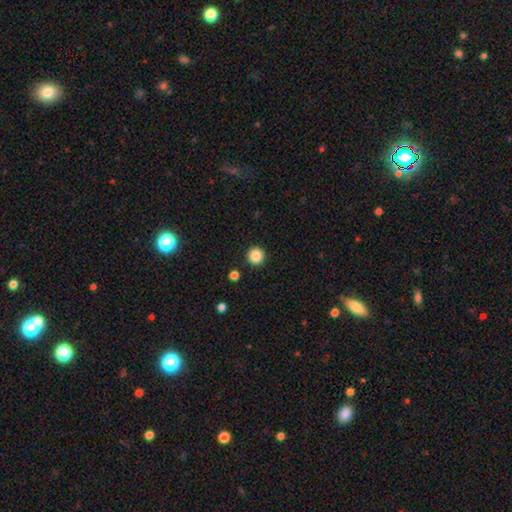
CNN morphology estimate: Smooth or featured? smooth (86%)
How rounded? round (95%)
Merging? none (92%)